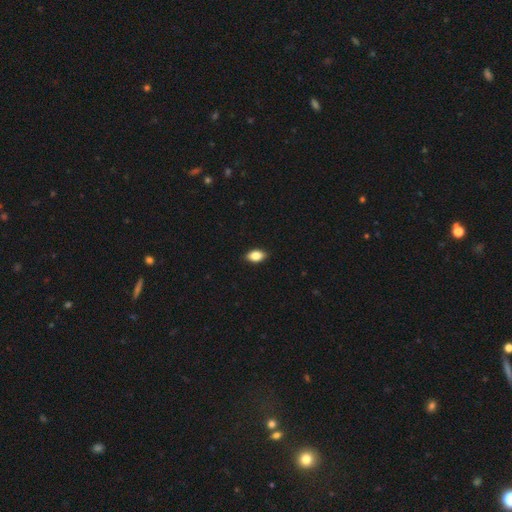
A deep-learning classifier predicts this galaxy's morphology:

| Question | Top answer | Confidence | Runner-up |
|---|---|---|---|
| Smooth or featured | smooth | 83% | featured or disk (9%) |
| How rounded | in between | 87% | round (10%) |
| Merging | none | 88% | minor disturbance (10%) |